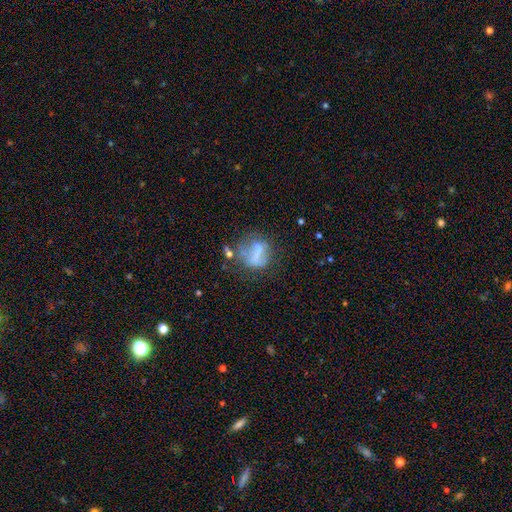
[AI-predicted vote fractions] Overall: smooth (44%; featured or disk 42%). Merging: none (36%; major disturbance 29%).